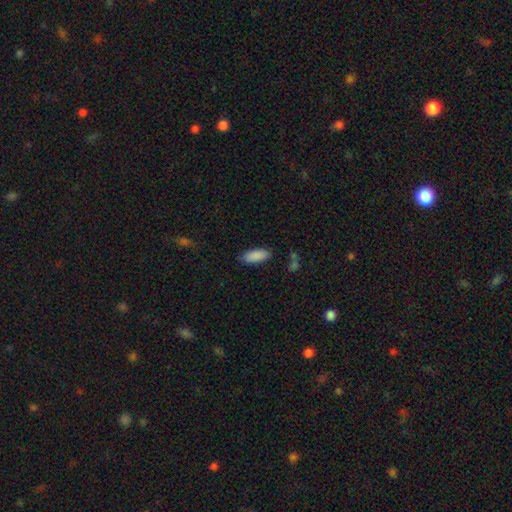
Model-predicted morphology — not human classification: Smooth or featured?
  - smooth: 89% *
  - star or artifact: 6%
  - featured or disk: 5%
How rounded?
  - in between: 78% *
  - cigar-shaped: 21%
  - round: 2%
Merging?
  - none: 83% *
  - minor disturbance: 12%
  - major disturbance: 3%
  - merger: 2%